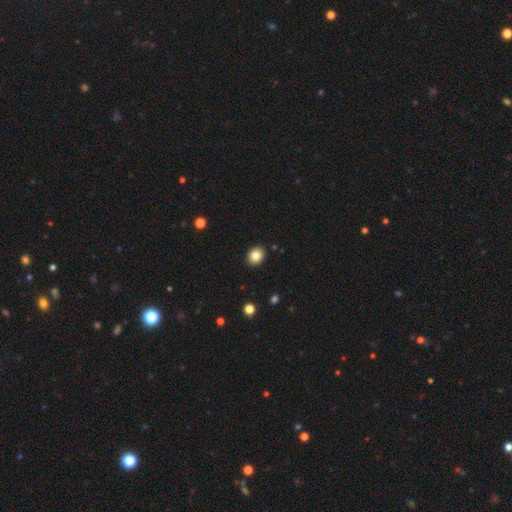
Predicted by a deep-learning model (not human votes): A smooth galaxy with no disk features (83%) that is round (61%). Merging: none (91%).